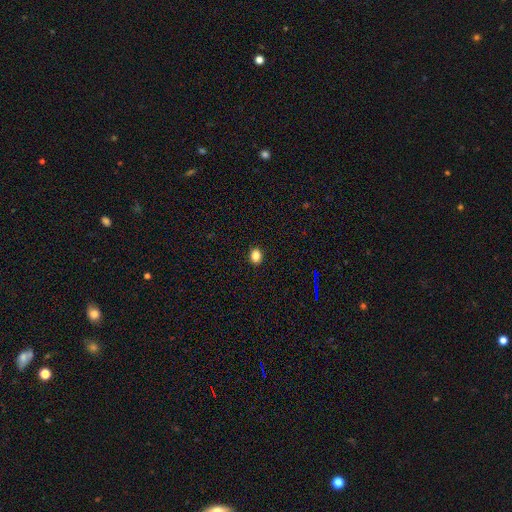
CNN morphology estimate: Q: Smooth or featured?
A: smooth (84%); runner-up: star or artifact (12%)
Q: How rounded?
A: round (59%); runner-up: in between (40%)
Q: Merging?
A: none (92%); runner-up: minor disturbance (6%)